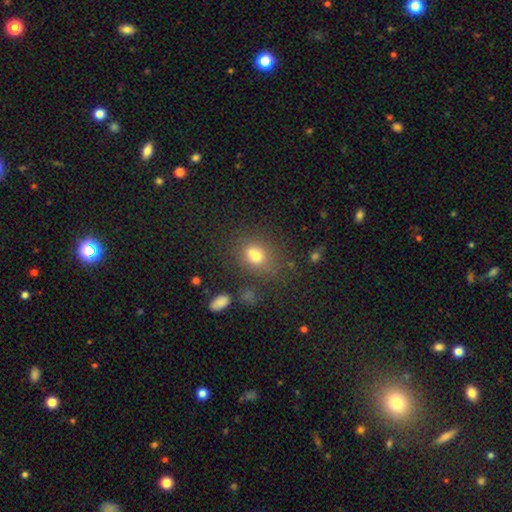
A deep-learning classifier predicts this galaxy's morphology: smooth-or-featured: smooth: 70% | star or artifact: 16% | featured or disk: 14%
  how-rounded: round: 52% | in between: 46% | cigar-shaped: 2%
  merging: none: 48% | merger: 31% | minor disturbance: 14% | major disturbance: 7%